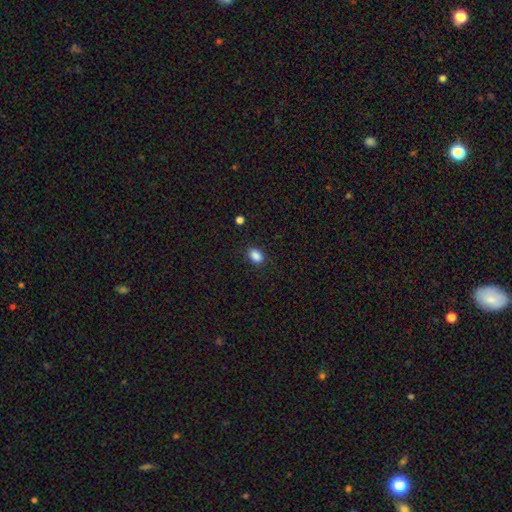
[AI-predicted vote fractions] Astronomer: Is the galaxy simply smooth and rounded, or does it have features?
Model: smooth — 88%.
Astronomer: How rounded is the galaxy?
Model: in between — 81%.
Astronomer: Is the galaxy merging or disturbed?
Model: none — 86%.